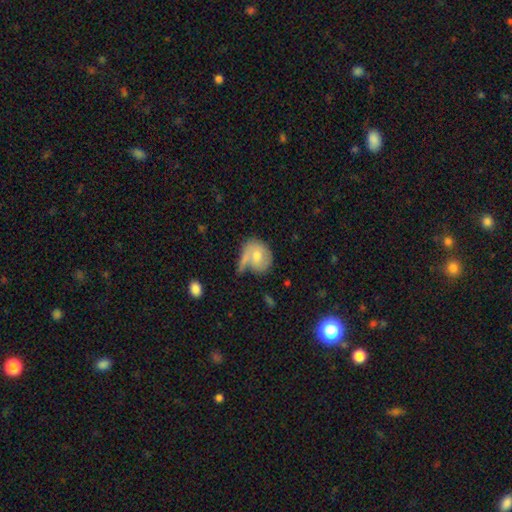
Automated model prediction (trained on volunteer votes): smooth-or-featured: smooth: 59% | featured or disk: 34% | star or artifact: 7%
  how-rounded: round: 63% | in between: 35% | cigar-shaped: 1%
  merging: none: 39% | minor disturbance: 23% | merger: 20% | major disturbance: 17%